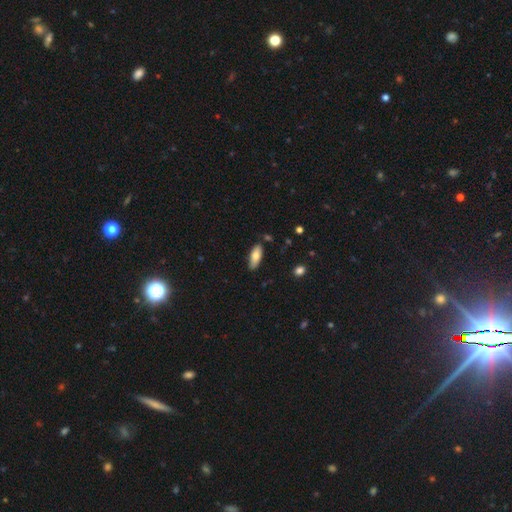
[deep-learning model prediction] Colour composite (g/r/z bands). It shows a smooth galaxy with no disk features (78%) that is in between round and cigar-shaped (75%). Merging: none (82%).